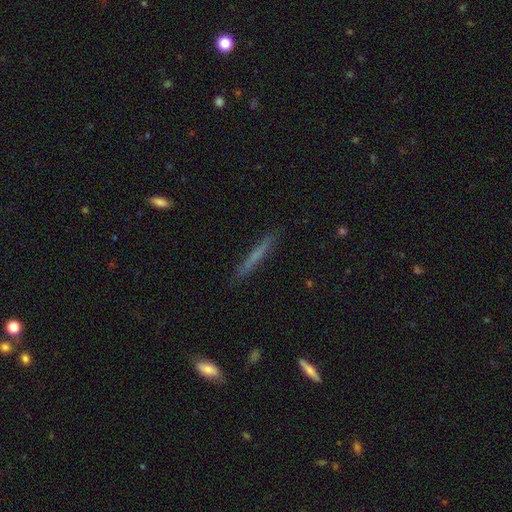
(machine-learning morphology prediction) A smooth galaxy with no disk features (54%) that is cigar-shaped (96%).

Vote fractions:
- Smooth or featured? smooth: 54% / featured or disk: 38% / star or artifact: 8%
- How rounded? cigar-shaped: 96% / in between: 3% / round: 2%
- Merging? none: 88% / minor disturbance: 9% / major disturbance: 2% / merger: 1%